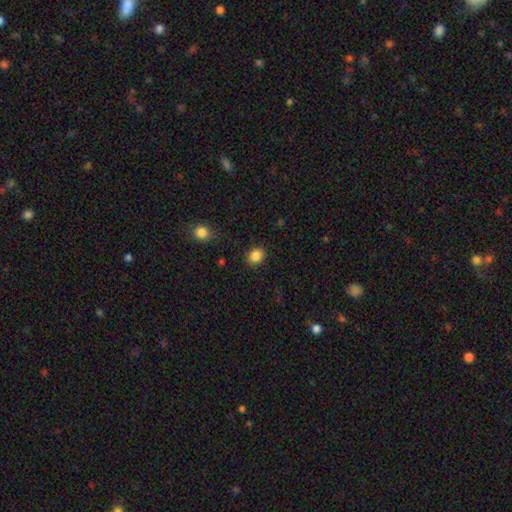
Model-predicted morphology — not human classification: smooth-or-featured: smooth: 86% | star or artifact: 10% | featured or disk: 4%
  how-rounded: round: 66% | in between: 33% | cigar-shaped: 1%
  merging: none: 88% | minor disturbance: 8% | major disturbance: 2% | merger: 1%